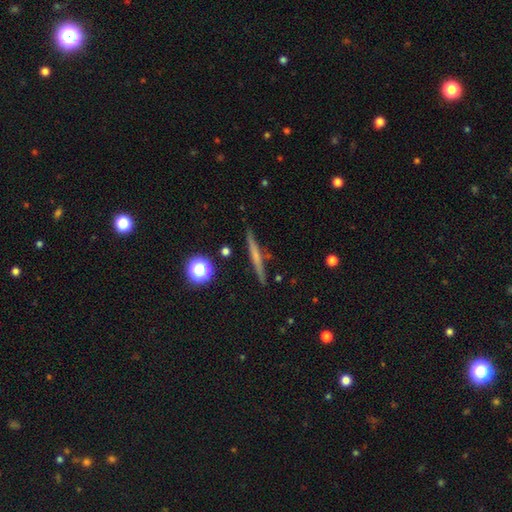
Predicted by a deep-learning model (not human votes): This appears to be a featured or disk galaxy (53%) viewed edge-on (97%) with no central bulge (66%). Merging: none (90%).